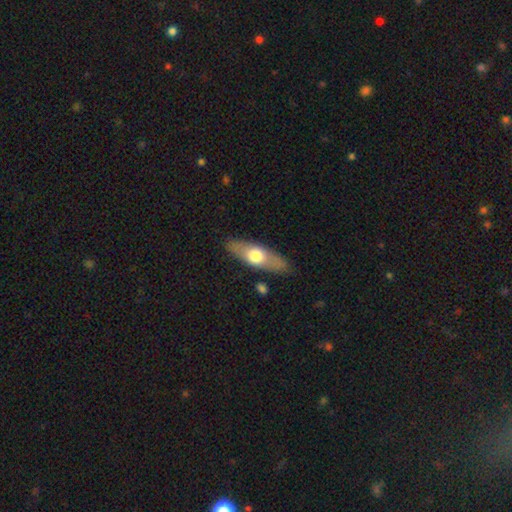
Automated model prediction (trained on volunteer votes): smooth_or_featured: smooth (p=0.54) [alt: featured or disk p=0.41]
how_rounded: in between (p=0.55) [alt: cigar-shaped p=0.41]
merging: none (p=0.85) [alt: minor disturbance p=0.11]